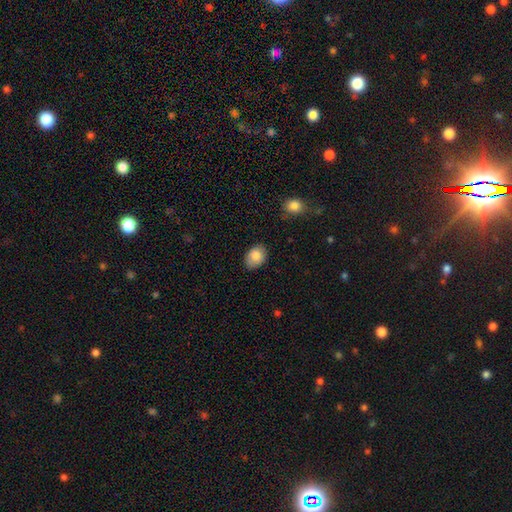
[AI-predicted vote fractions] Morphology: type=smooth (82%); roundness=in between (75%); merging=none (81%).